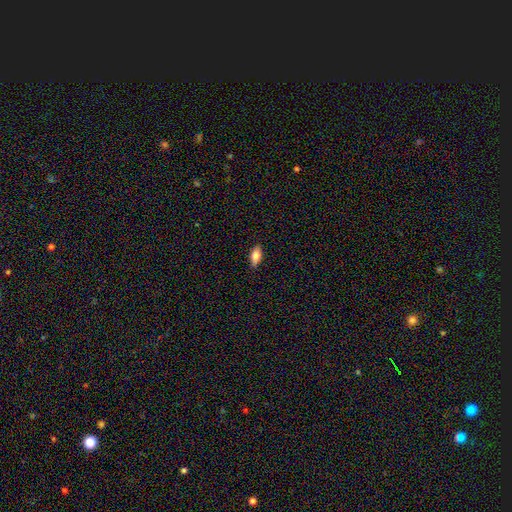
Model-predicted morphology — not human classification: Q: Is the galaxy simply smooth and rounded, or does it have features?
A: smooth — 74%.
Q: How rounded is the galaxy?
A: in between — 81%.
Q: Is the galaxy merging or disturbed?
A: none — 88%.